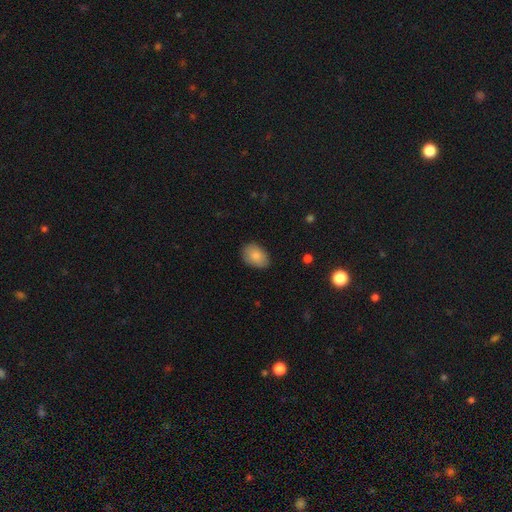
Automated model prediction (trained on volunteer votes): Q: Smooth or featured?
A: smooth (85%); runner-up: featured or disk (8%)
Q: How rounded?
A: in between (85%); runner-up: round (14%)
Q: Merging?
A: none (84%); runner-up: minor disturbance (12%)